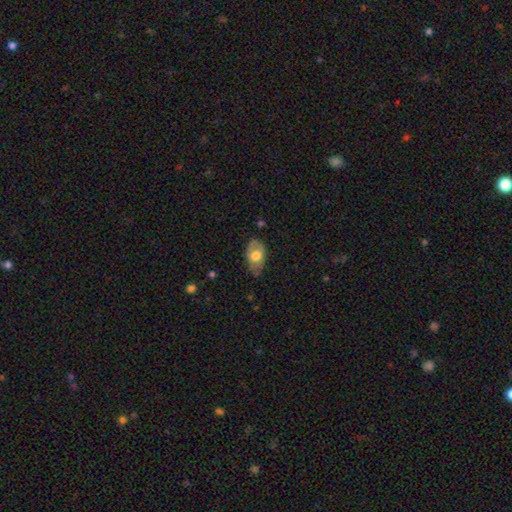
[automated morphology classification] A smooth galaxy with no disk features (57%) that is in between round and cigar-shaped (89%). Merging: none (59%).